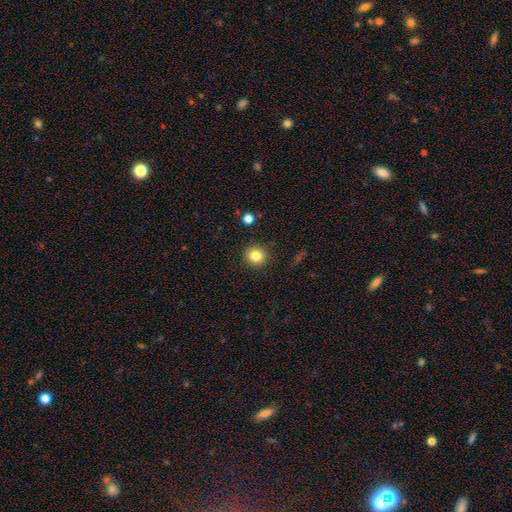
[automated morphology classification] smooth-or-featured: smooth: 83% | star or artifact: 11% | featured or disk: 6%
  how-rounded: round: 91% | in between: 8% | cigar-shaped: 1%
  merging: none: 91% | minor disturbance: 6% | major disturbance: 2% | merger: 1%